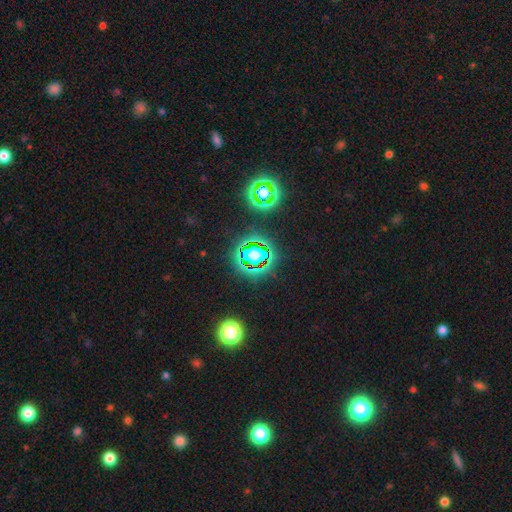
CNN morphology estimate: star or artifact 79%, smooth 14%, featured or disk 7%.